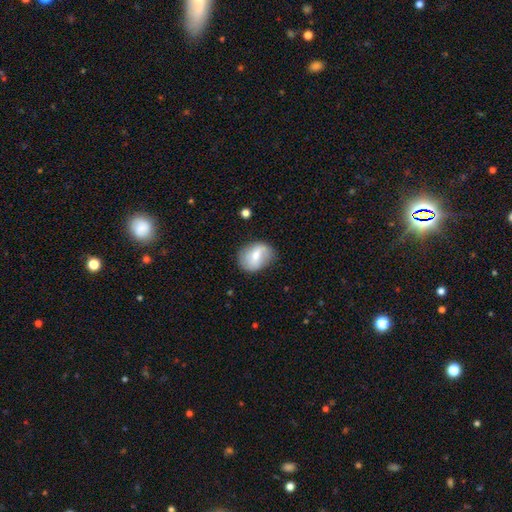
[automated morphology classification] Smooth or featured? Predicted: smooth (p=0.53). How rounded? Predicted: in between (p=0.61). Merging? Predicted: none (p=0.67).